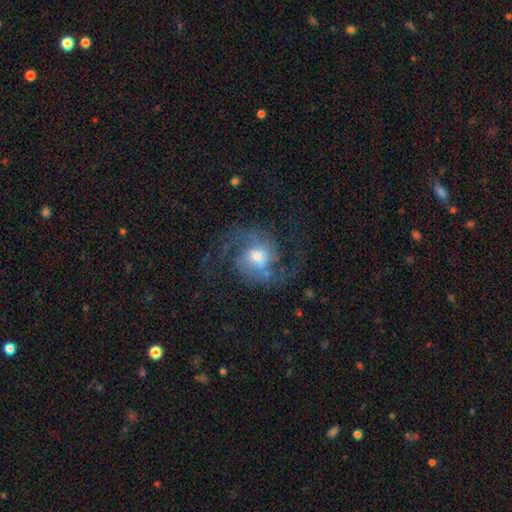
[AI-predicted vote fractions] Overall: featured or disk (86%). Edge-on disk: no (98%). Bar: no (50%; weak 37%). Spiral arms: yes (97%). Spiral arm count: 2 (90%). Spiral winding: medium (57%; loose 26%). Bulge size: moderate (59%; large 21%). Merging: none (79%).